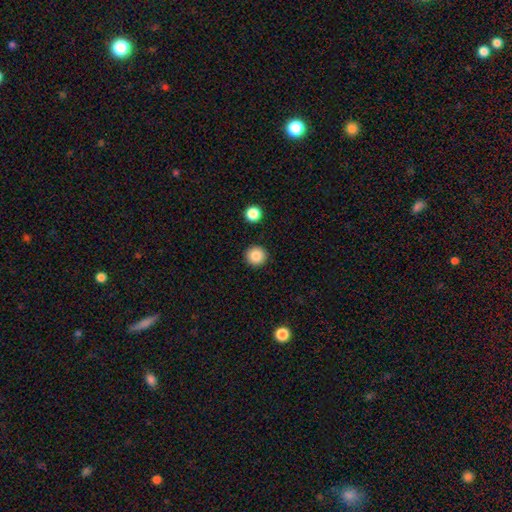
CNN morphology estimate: Overall: smooth (86%). How rounded: round (95%). Merging: none (92%).